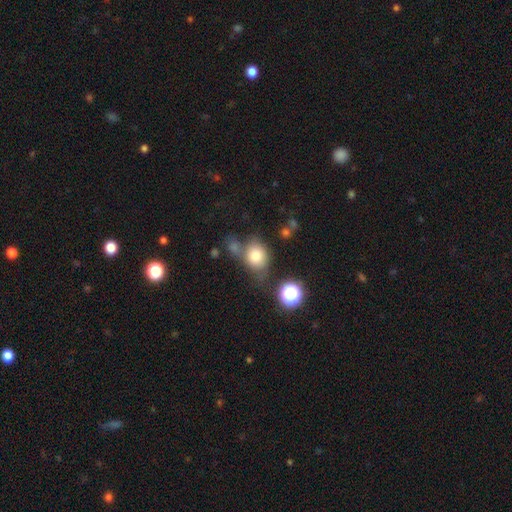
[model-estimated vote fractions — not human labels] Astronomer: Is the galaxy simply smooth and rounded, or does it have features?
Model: smooth — 77%.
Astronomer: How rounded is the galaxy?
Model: round — 58% (runner-up: in between, 40%).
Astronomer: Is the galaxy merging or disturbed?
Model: none — 55%.